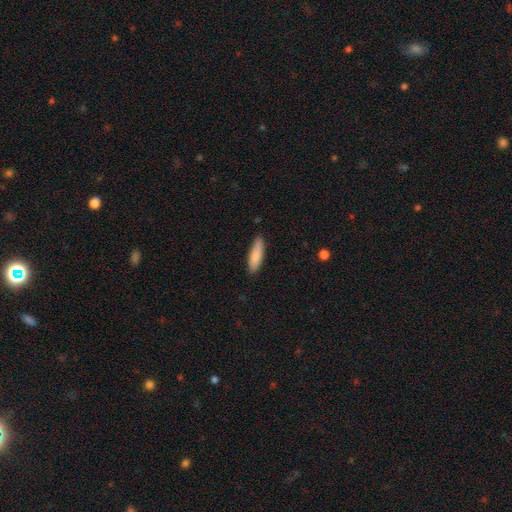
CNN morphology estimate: Overall: smooth (86%). How rounded: cigar-shaped (59%; in between 39%). Merging: none (85%).